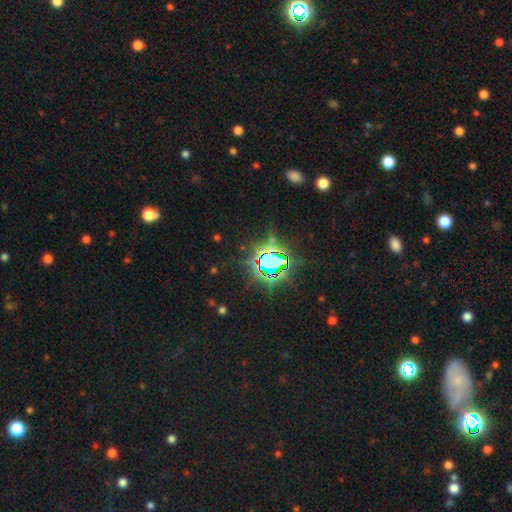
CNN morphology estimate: Smooth or featured? Predicted: star or artifact (p=0.82).